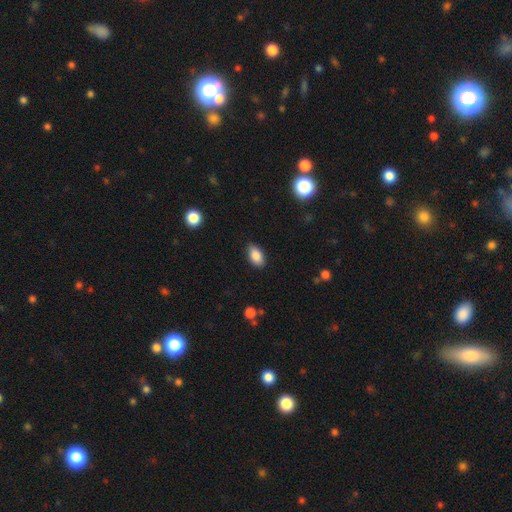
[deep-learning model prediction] Morphology: type=smooth (87%); roundness=in between (93%); merging=none (86%).